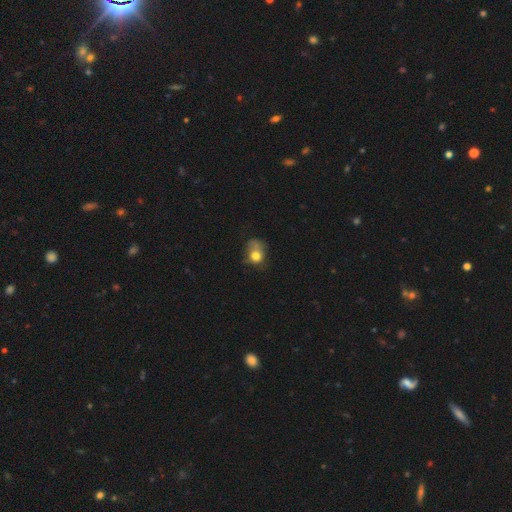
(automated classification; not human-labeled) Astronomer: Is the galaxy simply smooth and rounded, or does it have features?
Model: smooth — 69%.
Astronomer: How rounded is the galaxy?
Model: round — 54% (runner-up: in between, 45%).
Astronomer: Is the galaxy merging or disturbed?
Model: major disturbance — 34% (runner-up: none, 32%).